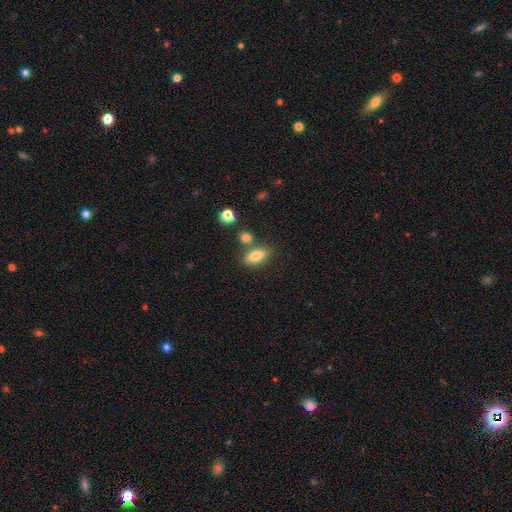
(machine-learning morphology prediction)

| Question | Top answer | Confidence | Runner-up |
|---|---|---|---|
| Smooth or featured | smooth | 77% | featured or disk (15%) |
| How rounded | in between | 73% | cigar-shaped (21%) |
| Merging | none | 71% | merger (13%) |